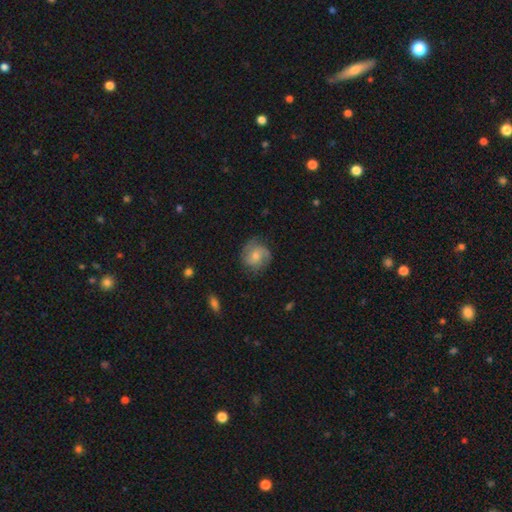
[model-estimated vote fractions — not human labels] Q: Smooth or featured?
A: featured or disk (59%); runner-up: smooth (33%)
Q: Edge-on disk?
A: no (97%); runner-up: yes (3%)
Q: Bar?
A: no (65%); runner-up: weak (30%)
Q: Spiral arms?
A: yes (91%); runner-up: no (9%)
Q: Spiral winding?
A: medium (45%); runner-up: tight (33%)
Q: Spiral arm count?
A: 2 (53%); runner-up: 3 (19%)
Q: Bulge size?
A: moderate (47%); runner-up: small (45%)
Q: Merging?
A: none (73%); runner-up: minor disturbance (19%)